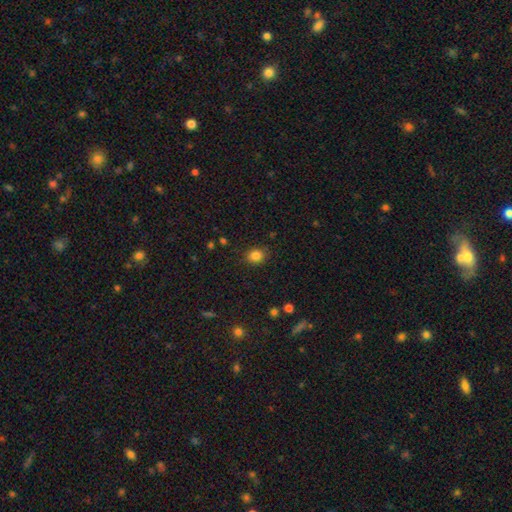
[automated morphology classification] Smooth or featured? smooth (83%)
How rounded? round (63%)
Merging? none (85%)